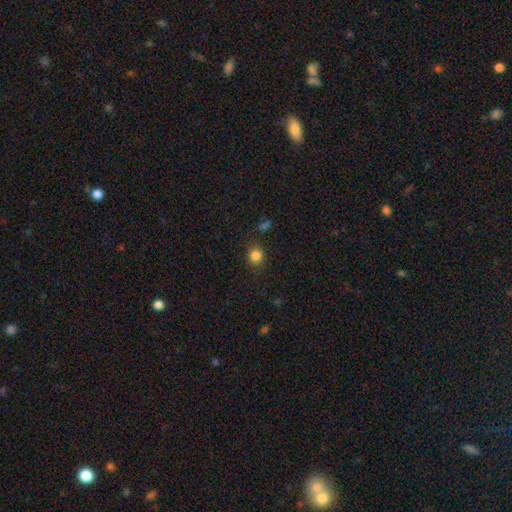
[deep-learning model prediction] Overall: smooth (84%). How rounded: round (80%). Merging: none (82%).